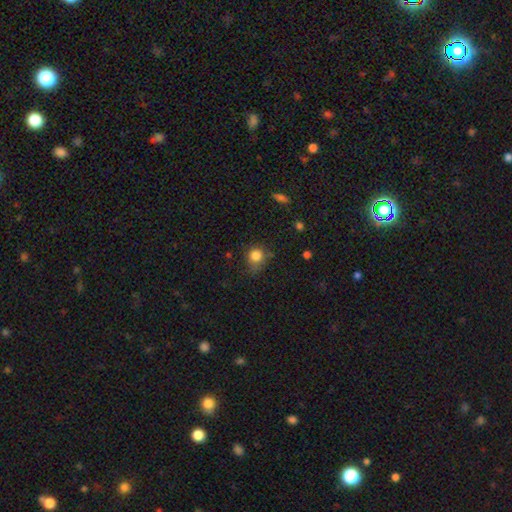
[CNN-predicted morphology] The model was most divided on "merging": none: 56%, minor disturbance: 30%, major disturbance: 11%, merger: 3%. More confident: smooth or featured — smooth (82%); how rounded — round (77%).